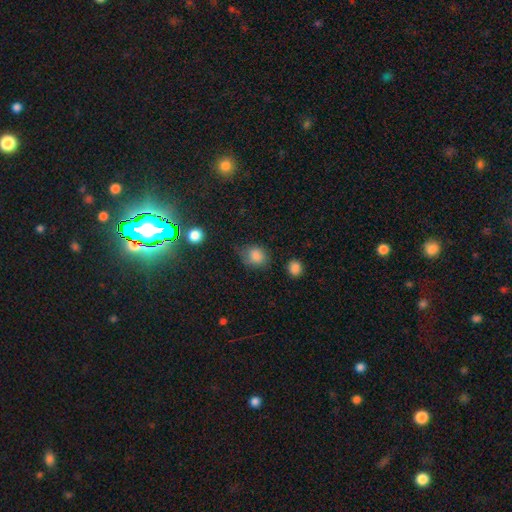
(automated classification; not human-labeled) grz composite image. It shows a smooth galaxy with no disk features (84%) that is round (55%). Merging: none (56%).